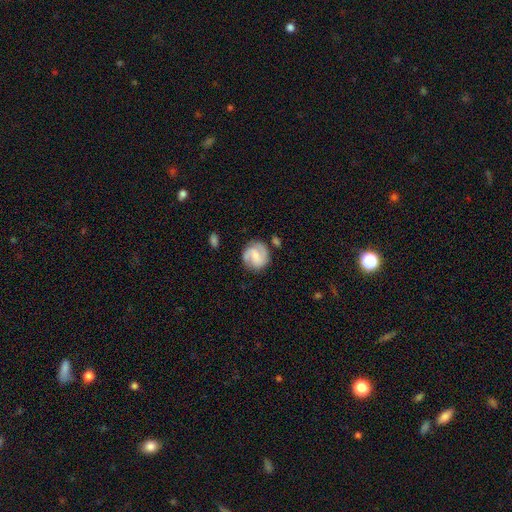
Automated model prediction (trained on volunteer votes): Morphology: type=featured or disk (58%); edge-on=no (97%); bar=weak (50%); spiral arms=yes (88%); bulge=small (44%); merging=none (72%).